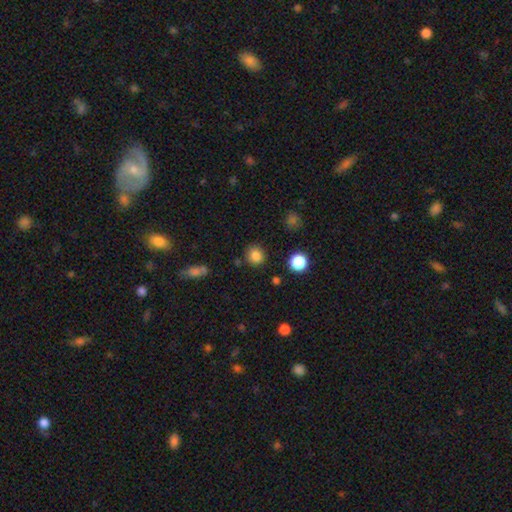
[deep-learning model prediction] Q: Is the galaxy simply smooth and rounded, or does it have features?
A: smooth — 83%.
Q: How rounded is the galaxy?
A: round — 86%.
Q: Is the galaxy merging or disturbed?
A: none — 86%.